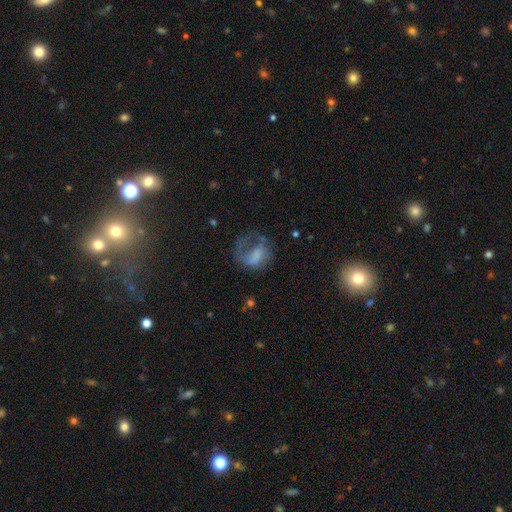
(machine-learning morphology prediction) type=featured or disk (48%); merging=major disturbance (47%).